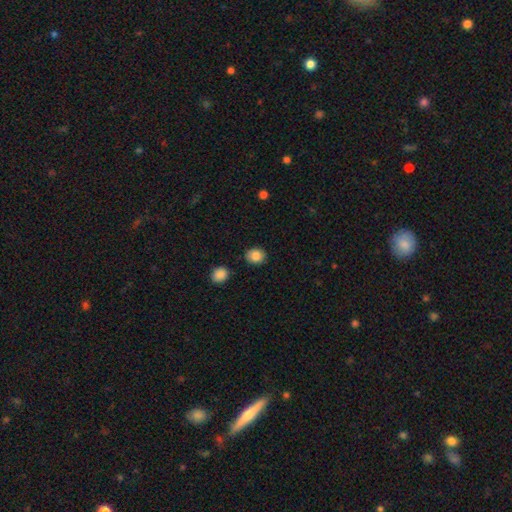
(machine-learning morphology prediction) type=smooth (85%); roundness=round (64%); merging=none (85%).